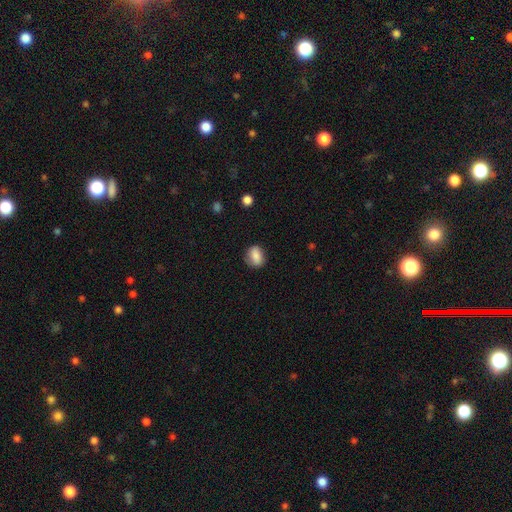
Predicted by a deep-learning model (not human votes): Smooth or featured?
  - smooth: 79% *
  - featured or disk: 13%
  - star or artifact: 8%
How rounded?
  - in between: 55% *
  - round: 43%
  - cigar-shaped: 2%
Merging?
  - none: 77% *
  - minor disturbance: 17%
  - major disturbance: 4%
  - merger: 1%